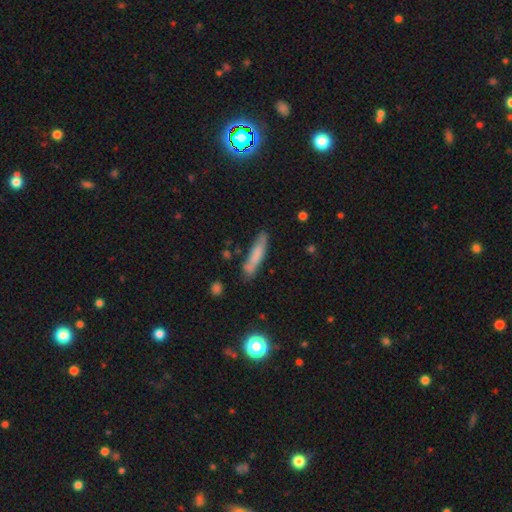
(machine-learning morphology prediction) Overall: smooth (70%). How rounded: cigar-shaped (85%). Merging: none (74%).